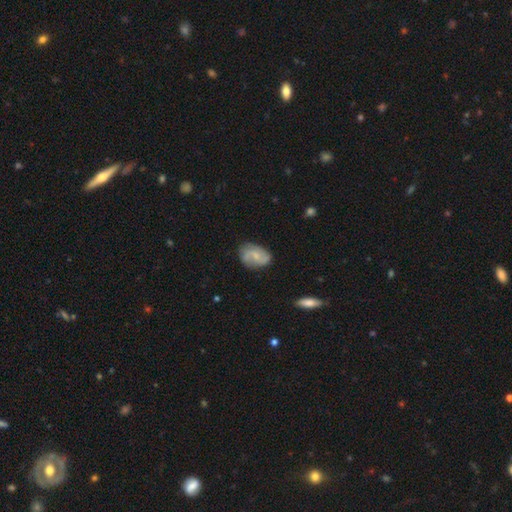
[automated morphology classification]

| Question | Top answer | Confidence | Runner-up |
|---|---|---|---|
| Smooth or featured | featured or disk | 56% | smooth (37%) |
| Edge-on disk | no | 97% | yes (3%) |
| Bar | no | 51% | weak (41%) |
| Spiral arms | yes | 88% | no (12%) |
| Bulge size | small | 59% | moderate (24%) |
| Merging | none | 72% | minor disturbance (21%) |